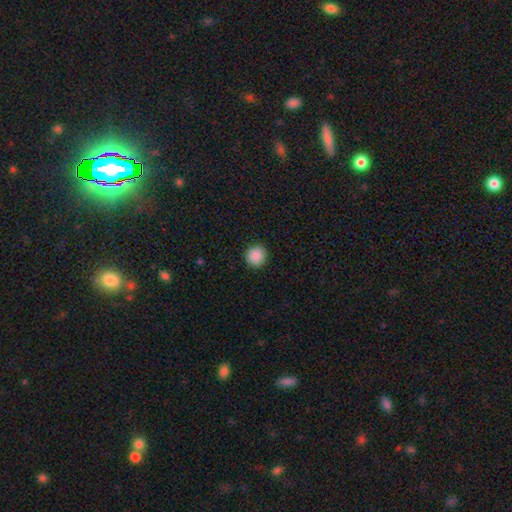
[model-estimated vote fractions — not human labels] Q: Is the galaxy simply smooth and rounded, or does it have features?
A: smooth — 89%.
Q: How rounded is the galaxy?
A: round — 93%.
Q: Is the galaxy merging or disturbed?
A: none — 92%.